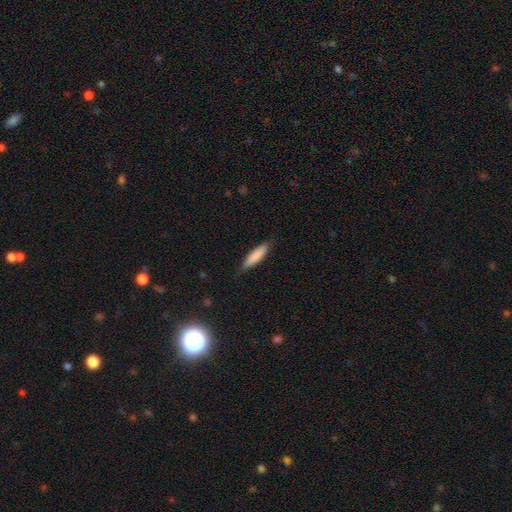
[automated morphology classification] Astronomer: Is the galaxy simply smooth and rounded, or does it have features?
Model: smooth — 84%.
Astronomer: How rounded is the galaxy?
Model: cigar-shaped — 71%.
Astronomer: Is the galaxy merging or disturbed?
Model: none — 81%.